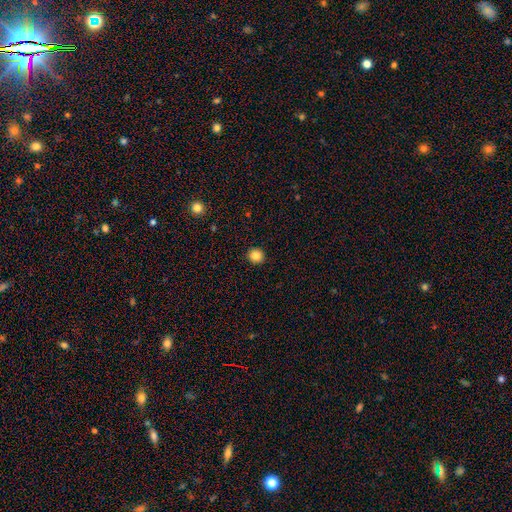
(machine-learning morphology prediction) smooth-or-featured: smooth: 84% | star or artifact: 11% | featured or disk: 5%
  how-rounded: round: 90% | in between: 9% | cigar-shaped: 1%
  merging: none: 92% | minor disturbance: 5% | major disturbance: 2% | merger: 1%